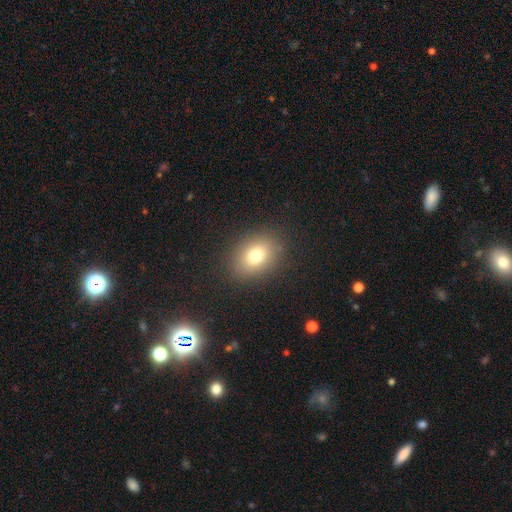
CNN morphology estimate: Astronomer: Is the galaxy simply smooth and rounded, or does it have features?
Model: smooth — 76%.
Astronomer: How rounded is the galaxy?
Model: in between — 64%.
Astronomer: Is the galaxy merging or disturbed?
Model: none — 87%.